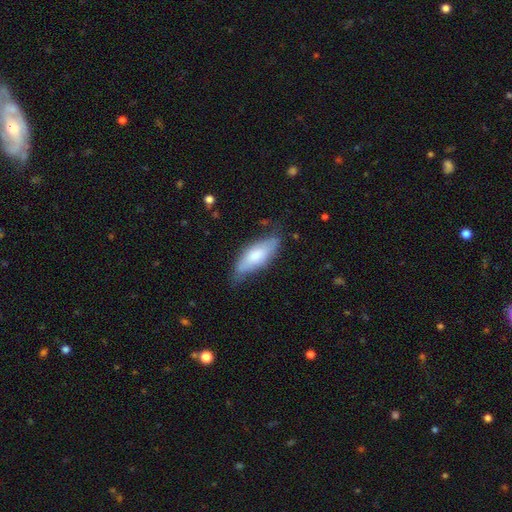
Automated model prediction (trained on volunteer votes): smooth-or-featured: smooth: 69% | featured or disk: 25% | star or artifact: 6%
  how-rounded: in between: 72% | cigar-shaped: 26% | round: 2%
  merging: none: 62% | minor disturbance: 29% | major disturbance: 7% | merger: 2%